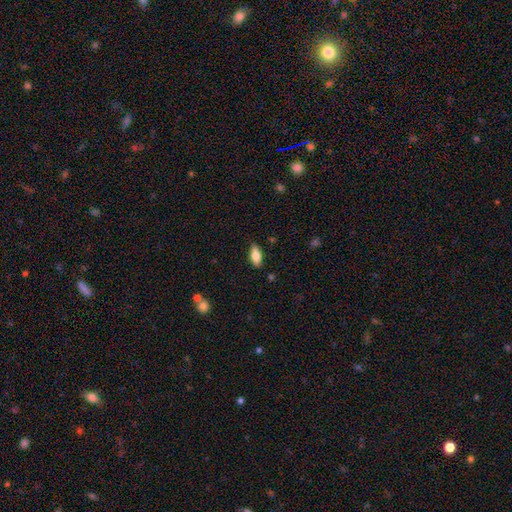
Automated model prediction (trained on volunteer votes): The model was most divided on "smooth or featured": smooth: 73%, featured or disk: 21%, star or artifact: 7%. More confident: merging — none (85%); how rounded — in between (81%).